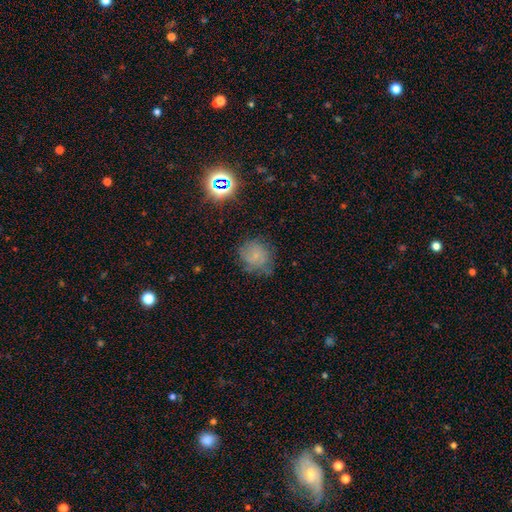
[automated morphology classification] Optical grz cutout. It shows a smooth galaxy with no disk features (61%) that is round (77%). Merging: none (62%).